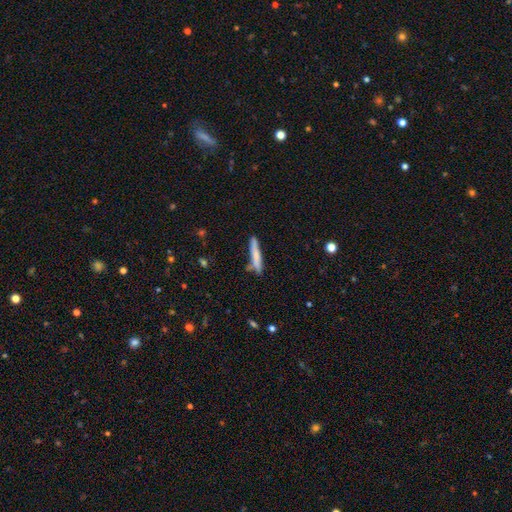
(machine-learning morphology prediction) A smooth galaxy with no disk features (69%) that is cigar-shaped (93%). Merging: none (77%).